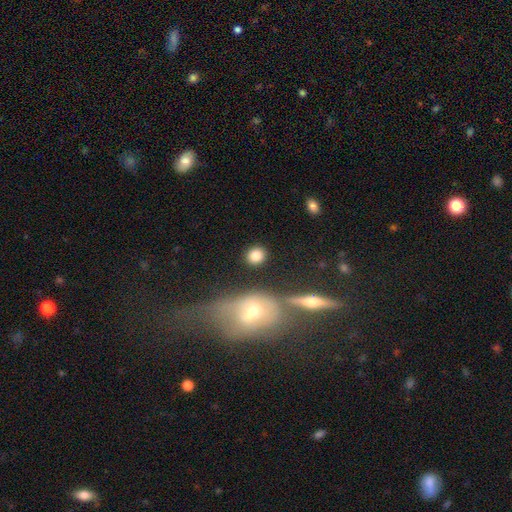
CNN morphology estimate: This is clearly a smooth galaxy (82%). How rounded: likely round (79%). Merging: clearly none (82%).